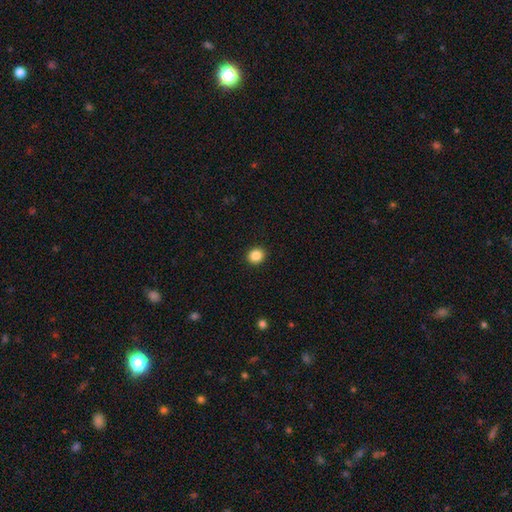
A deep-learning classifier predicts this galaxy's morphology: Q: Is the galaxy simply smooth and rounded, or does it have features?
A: smooth — 87%.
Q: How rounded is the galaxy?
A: round — 80%.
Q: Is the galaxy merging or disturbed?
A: none — 93%.